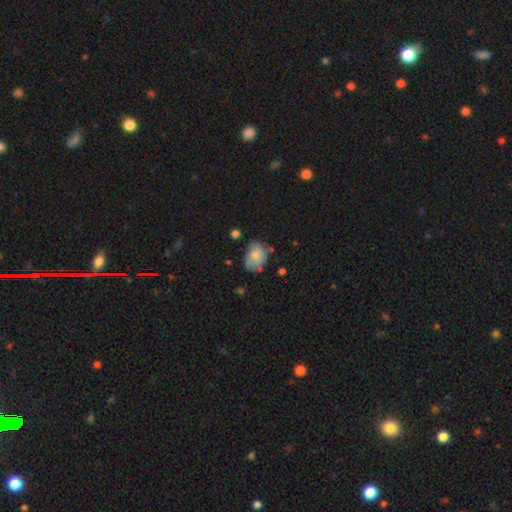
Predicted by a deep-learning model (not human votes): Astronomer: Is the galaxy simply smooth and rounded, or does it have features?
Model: smooth — 75%.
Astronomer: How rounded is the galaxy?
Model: in between — 67%.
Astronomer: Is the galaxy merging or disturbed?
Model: none — 57%.